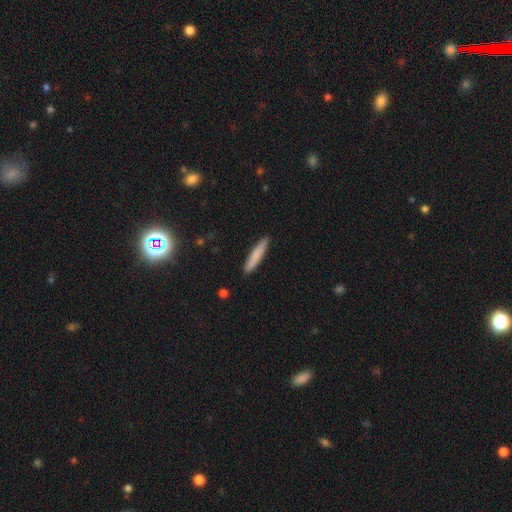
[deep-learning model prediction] smooth-or-featured: smooth: 80% | featured or disk: 14% | star or artifact: 6%
  how-rounded: cigar-shaped: 92% | in between: 7% | round: 1%
  merging: none: 89% | minor disturbance: 8% | major disturbance: 1% | merger: 1%